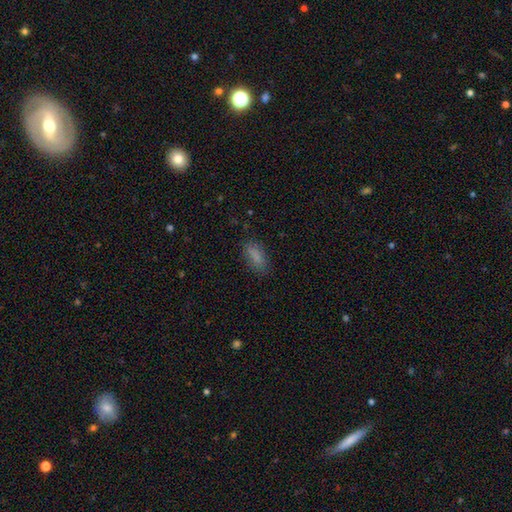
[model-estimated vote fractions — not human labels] The model was most divided on "how rounded": in between: 75%, cigar-shaped: 22%, round: 3%. More confident: smooth or featured — smooth (82%); merging — none (79%).